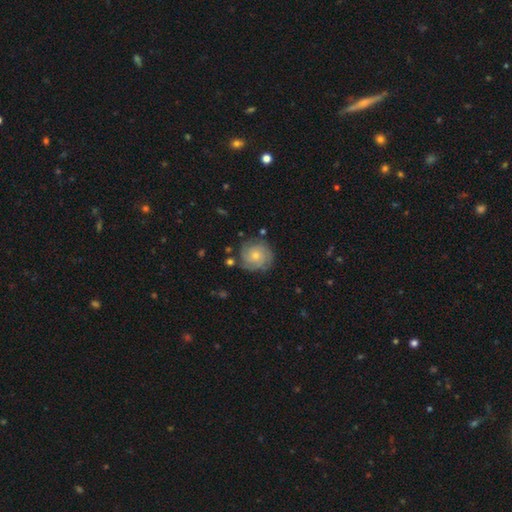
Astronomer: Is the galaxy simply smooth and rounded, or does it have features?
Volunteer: featured or disk — 84%.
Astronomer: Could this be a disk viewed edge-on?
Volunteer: no — 100%.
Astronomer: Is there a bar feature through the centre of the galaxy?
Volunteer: no — 81%.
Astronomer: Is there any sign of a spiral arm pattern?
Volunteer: yes — 97%.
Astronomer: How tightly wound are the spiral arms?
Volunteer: tight — 84%.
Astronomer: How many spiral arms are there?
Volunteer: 3 — 42% (runner-up: can't tell, 39%).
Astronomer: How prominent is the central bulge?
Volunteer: small — 59% (runner-up: moderate, 38%).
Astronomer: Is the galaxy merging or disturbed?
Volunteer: none — 74%.